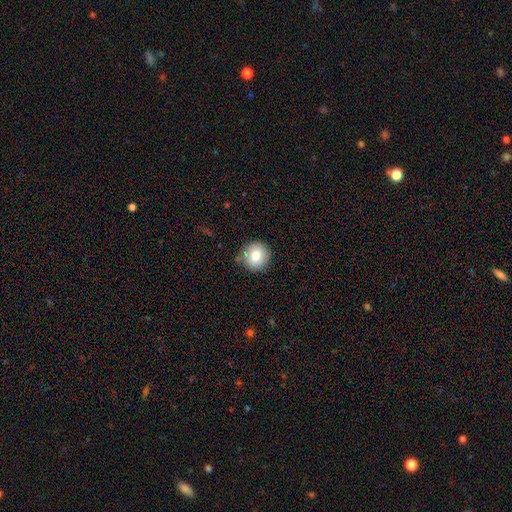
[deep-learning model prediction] Smooth or featured? smooth (81%)
How rounded? round (93%)
Merging? none (85%)